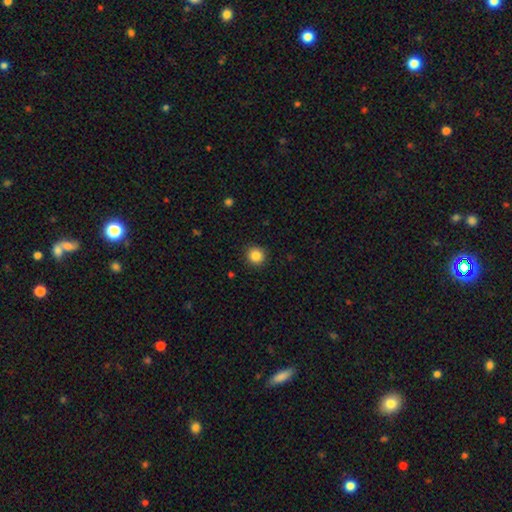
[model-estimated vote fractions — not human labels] Q: Smooth or featured?
A: smooth (85%); runner-up: star or artifact (10%)
Q: How rounded?
A: round (93%); runner-up: in between (6%)
Q: Merging?
A: none (91%); runner-up: minor disturbance (6%)